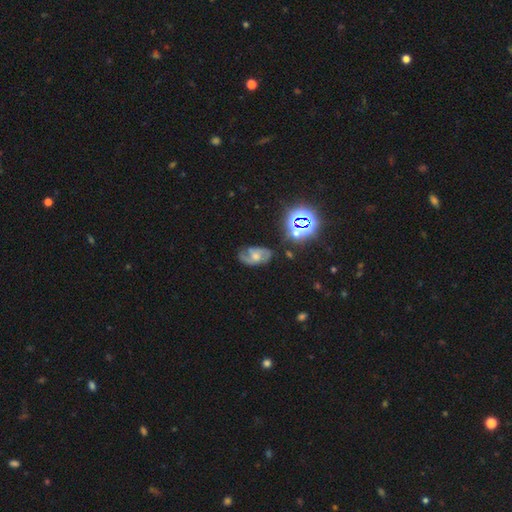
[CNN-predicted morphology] smooth-or-featured: featured or disk: 61% | star or artifact: 25% | smooth: 14%
  disk-edge-on: no: 96% | yes: 4%
    bar: no: 54% | weak: 36% | strong: 10%
    has-spiral-arms: yes: 89% | no: 11%
      spiral-winding: medium: 49% | tight: 33% | loose: 18%
      spiral-arm-count: 2: 72% | can't tell: 14% | 1: 5% | 3: 5% | 4: 2% | more than 4: 2%
    bulge-size: moderate: 55% | small: 34% | large: 5% | none: 5% | dominant: 2%
  merging: none: 72% | minor disturbance: 18% | major disturbance: 7% | merger: 3%